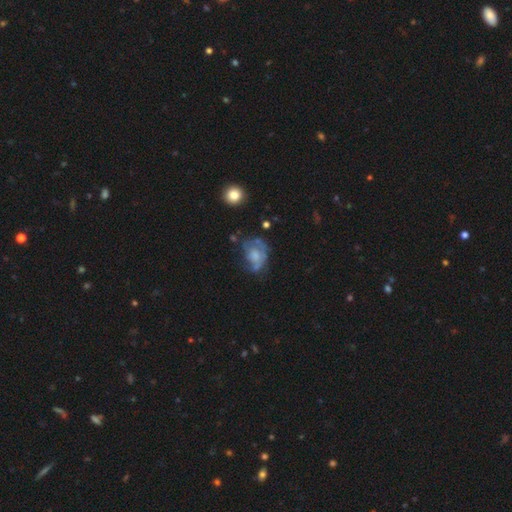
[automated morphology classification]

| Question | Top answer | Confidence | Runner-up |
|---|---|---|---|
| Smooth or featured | featured or disk | 54% | smooth (37%) |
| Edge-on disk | no | 97% | yes (3%) |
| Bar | no | 80% | weak (17%) |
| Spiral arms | yes | 51% | no (49%) |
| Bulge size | moderate | 35% | small (30%) |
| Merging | none | 37% | major disturbance (29%) |